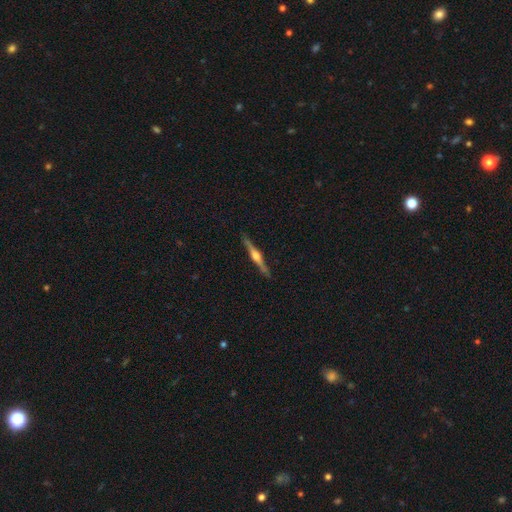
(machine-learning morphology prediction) smooth-or-featured: featured or disk: 80% | smooth: 15% | star or artifact: 5%
  disk-edge-on: yes: 98% | no: 2%
    edge-on-bulge: rounded: 87% | boxy: 9% | none: 4%
  merging: none: 90% | minor disturbance: 7% | major disturbance: 1% | merger: 1%